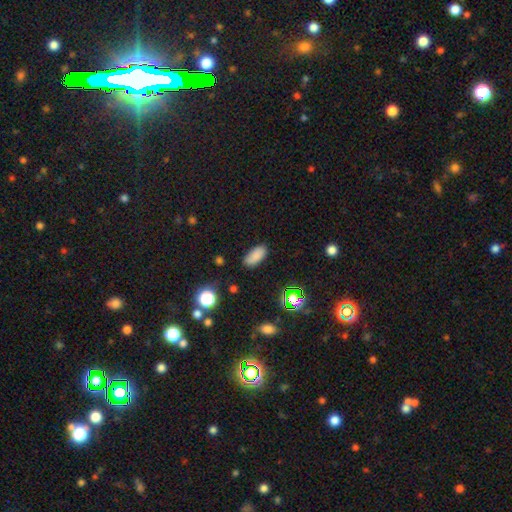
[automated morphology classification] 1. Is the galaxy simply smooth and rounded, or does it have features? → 82% smooth, 13% star or artifact, 5% featured or disk.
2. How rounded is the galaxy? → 90% in between, 7% cigar-shaped, 3% round.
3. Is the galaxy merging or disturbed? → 82% none, 14% minor disturbance, 3% major disturbance, 2% merger.